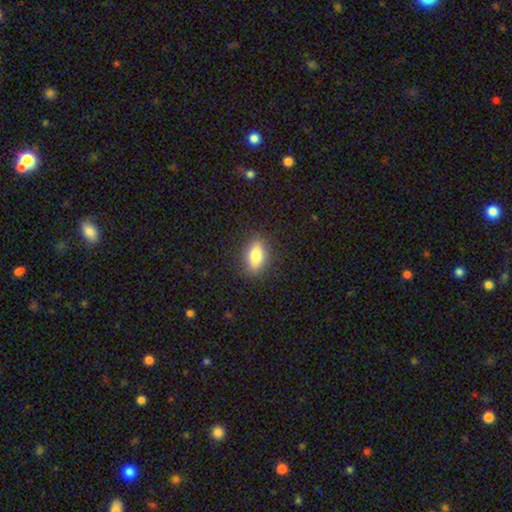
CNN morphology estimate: Smooth or featured: smooth — 80% (featured or disk — 12%)
How rounded: in between — 82% (round — 10%)
Merging: none — 86% (minor disturbance — 10%)